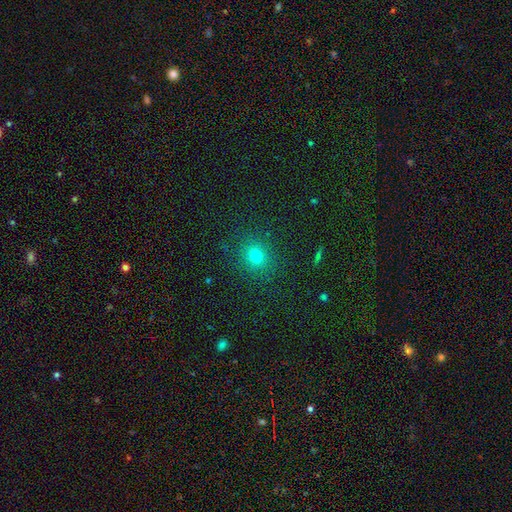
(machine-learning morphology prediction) This appears to be a smooth galaxy with no disk features (73%) that is round (73%). Merging: none (86%).